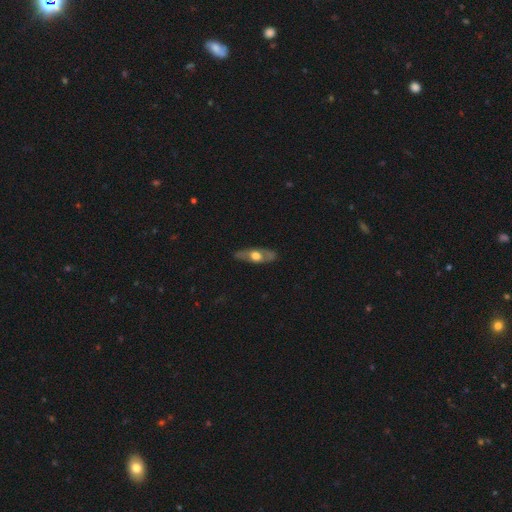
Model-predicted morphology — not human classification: type=featured or disk (58%); edge-on=no (57%); merging=none (80%).